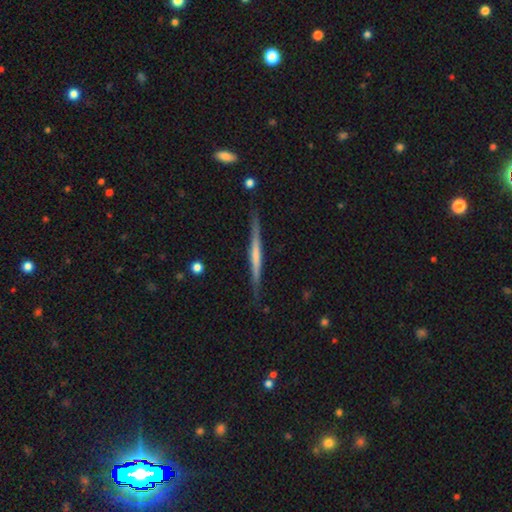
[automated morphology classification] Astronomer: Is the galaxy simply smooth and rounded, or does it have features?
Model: featured or disk — 62%.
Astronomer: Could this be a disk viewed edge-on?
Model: yes — 98%.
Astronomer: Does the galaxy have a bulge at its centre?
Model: none — 64%.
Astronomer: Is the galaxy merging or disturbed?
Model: none — 87%.